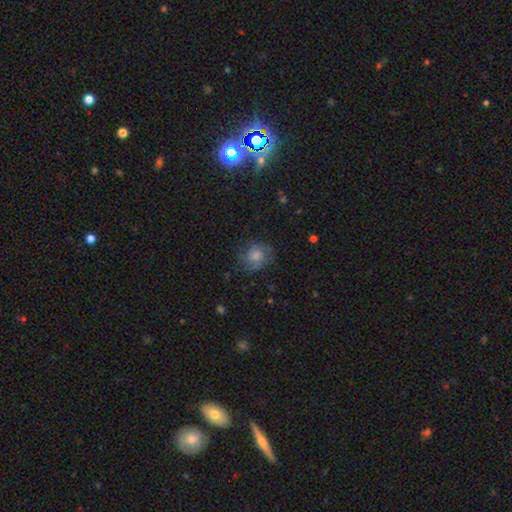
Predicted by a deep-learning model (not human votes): Smooth or featured?
  - smooth: 64% *
  - featured or disk: 26%
  - star or artifact: 10%
How rounded?
  - round: 75% *
  - in between: 24%
  - cigar-shaped: 1%
Merging?
  - none: 65% *
  - minor disturbance: 22%
  - major disturbance: 12%
  - merger: 1%